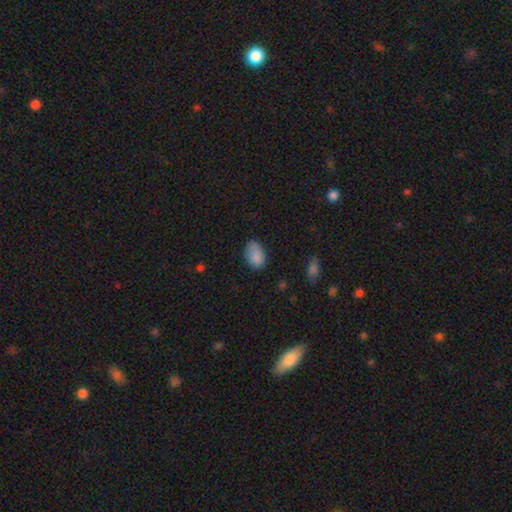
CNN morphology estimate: smooth_or_featured: smooth (p=0.87) [alt: star or artifact p=0.08]
how_rounded: in between (p=0.89) [alt: round p=0.10]
merging: none (p=0.71) [alt: minor disturbance p=0.23]